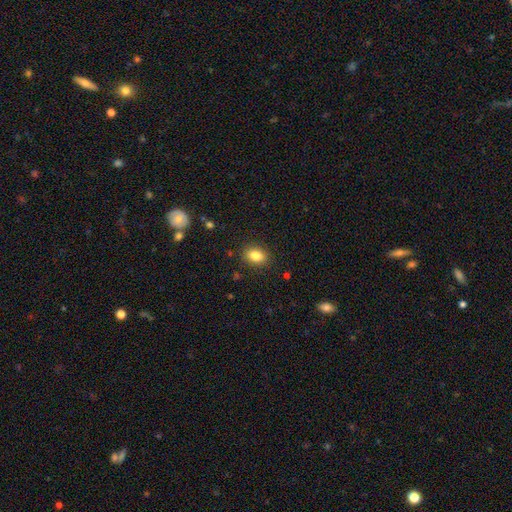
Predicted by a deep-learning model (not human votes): This appears to be a smooth galaxy with no disk features (84%) that is in between round and cigar-shaped (75%). Merging: none (87%).